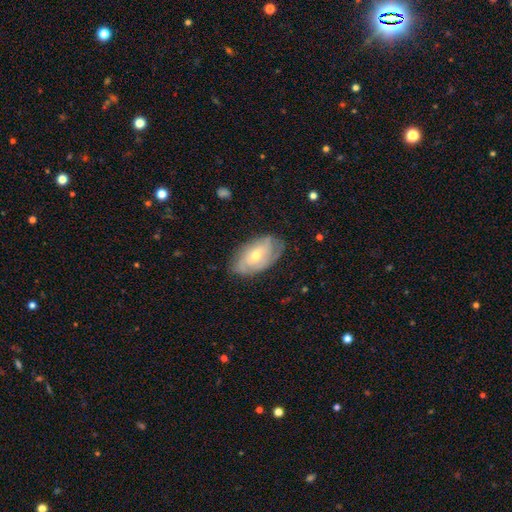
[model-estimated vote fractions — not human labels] Smooth or featured?
  - featured or disk: 65% *
  - smooth: 29%
  - star or artifact: 6%
Edge-on disk?
  - no: 93% *
  - yes: 7%
Bar?
  - no: 62% *
  - weak: 31%
  - strong: 7%
Spiral arms?
  - yes: 81% *
  - no: 19%
Bulge size?
  - moderate: 48% * (tied)
  - small: 48% * (tied)
  - large: 2%
  - none: 1%
  - dominant: 1%
Merging?
  - none: 72% *
  - minor disturbance: 21%
  - major disturbance: 5%
  - merger: 1%